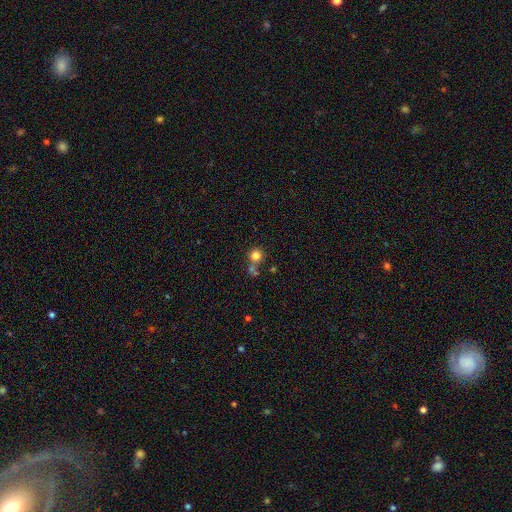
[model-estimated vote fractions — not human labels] A smooth galaxy with no disk features (80%) that is round (92%).

Vote fractions:
- Smooth or featured? smooth: 80% / star or artifact: 13% / featured or disk: 8%
- How rounded? round: 92% / in between: 7% / cigar-shaped: 1%
- Merging? none: 62% / merger: 25% / minor disturbance: 9% / major disturbance: 4%